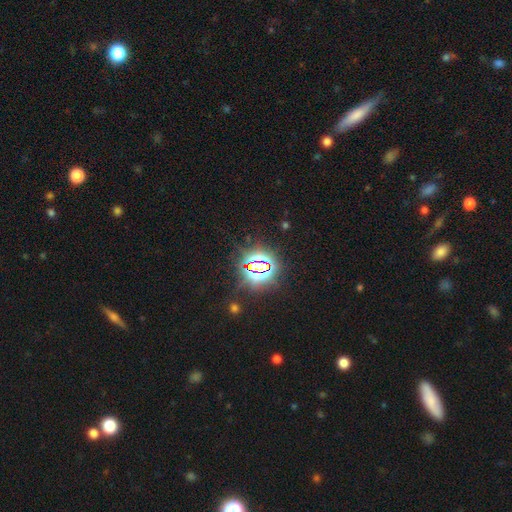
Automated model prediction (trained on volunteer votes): star or artifact 80%, smooth 12%, featured or disk 8%.